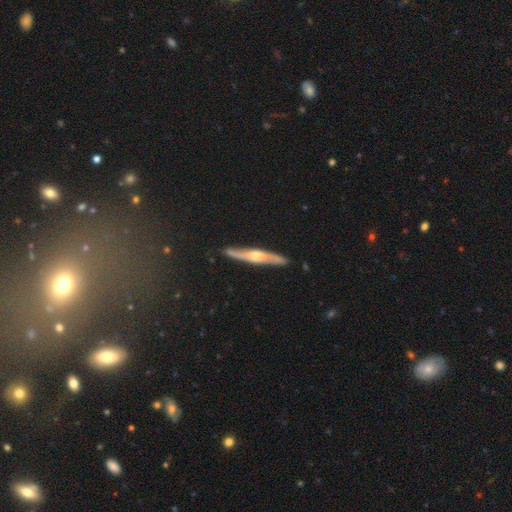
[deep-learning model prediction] A featured or disk galaxy (70%) viewed edge-on (88%) with a rounded central bulge (84%).

Vote fractions:
- Smooth or featured? featured or disk: 70% / smooth: 24% / star or artifact: 6%
- Edge-on disk? yes: 88% / no: 12%
- Edge-on bulge? rounded: 84% / none: 9% / boxy: 7%
- Merging? none: 85% / minor disturbance: 11% / major disturbance: 2% / merger: 2%